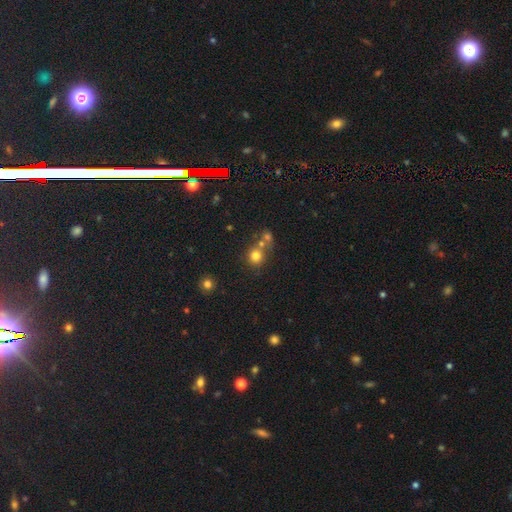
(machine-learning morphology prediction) This is likely a smooth galaxy (76%). How rounded: clearly round (87%). Merging: possibly none (55%).